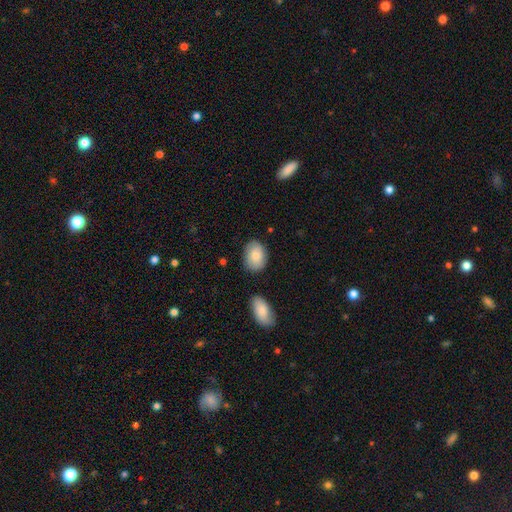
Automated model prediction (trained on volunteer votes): Smooth or featured? smooth (84%)
How rounded? in between (74%)
Merging? none (80%)